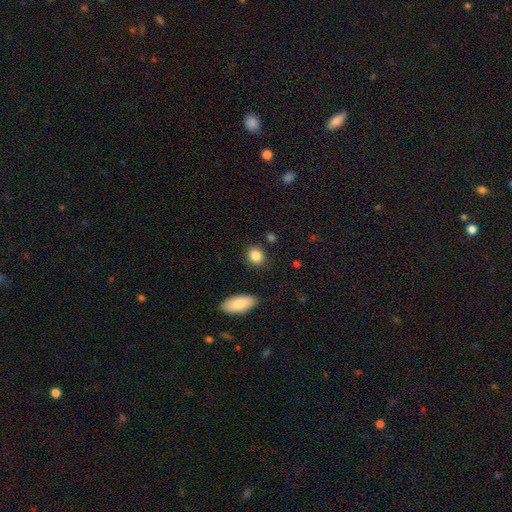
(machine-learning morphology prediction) Smooth or featured? smooth (87%)
How rounded? round (65%)
Merging? none (86%)